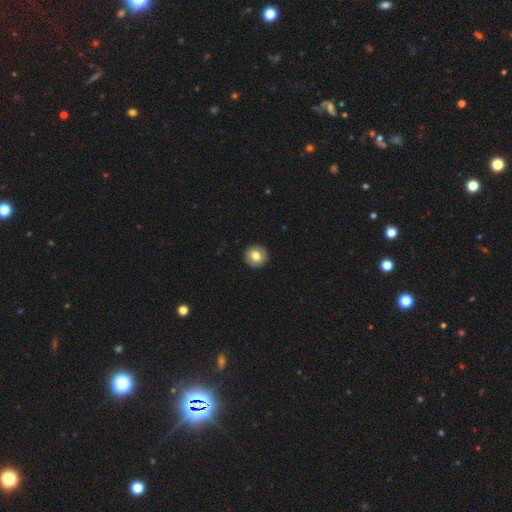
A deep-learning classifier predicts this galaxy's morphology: Overall: smooth (77%). How rounded: round (94%). Merging: none (92%).